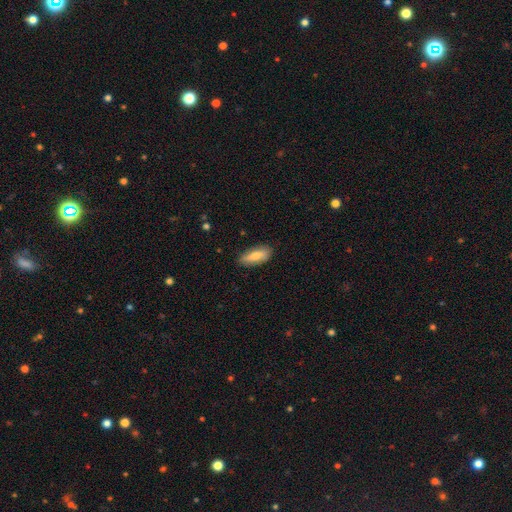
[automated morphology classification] This appears to be a smooth galaxy with no disk features (72%) that is in between round and cigar-shaped (74%). Merging: none (84%).